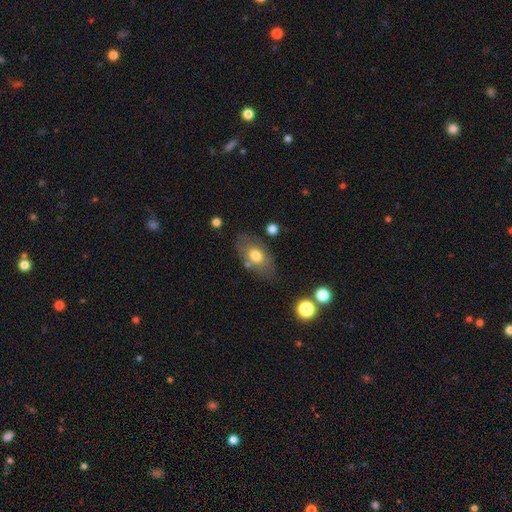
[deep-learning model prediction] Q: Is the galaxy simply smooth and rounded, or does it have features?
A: smooth — 67%.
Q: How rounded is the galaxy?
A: in between — 89%.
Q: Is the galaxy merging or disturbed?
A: none — 71%.